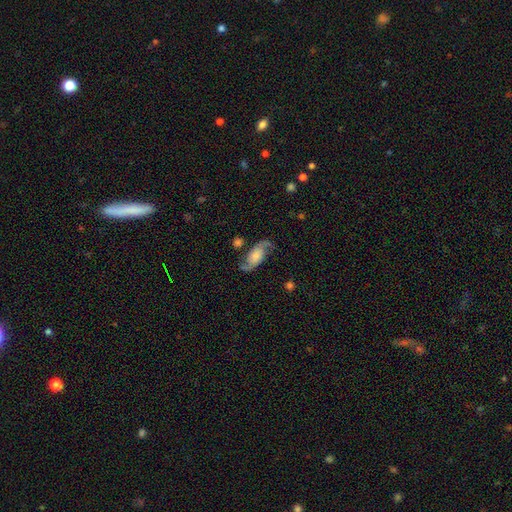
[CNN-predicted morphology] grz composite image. It shows a featured or disk galaxy (83%) with no bar (64%), 2 (93%) loose (49%) spiral arms (97%) and a small central bulge (39%). Merging: none (76%).